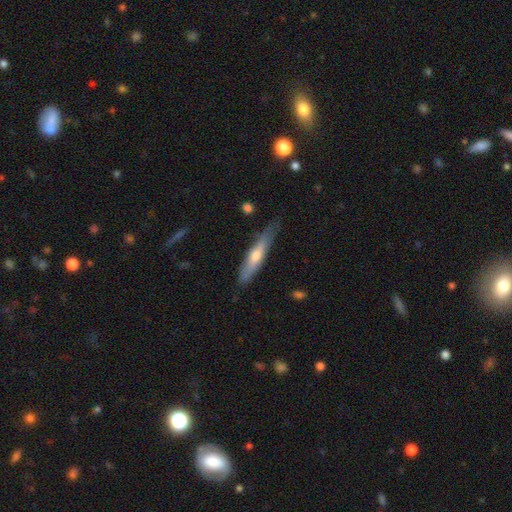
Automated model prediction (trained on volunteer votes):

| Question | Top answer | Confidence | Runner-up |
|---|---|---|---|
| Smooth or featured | smooth | 47% | tied: featured or disk (47%) |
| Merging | none | 72% | minor disturbance (22%) |